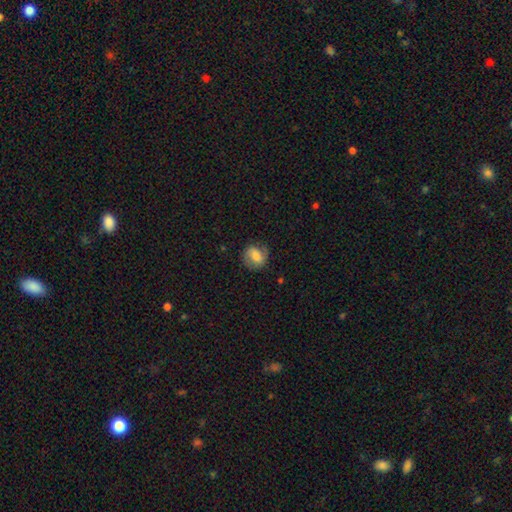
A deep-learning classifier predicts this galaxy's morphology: smooth 50%, featured or disk 41%, star or artifact 8%. Down the decision tree: how rounded — round (61%); merging — none (71%).